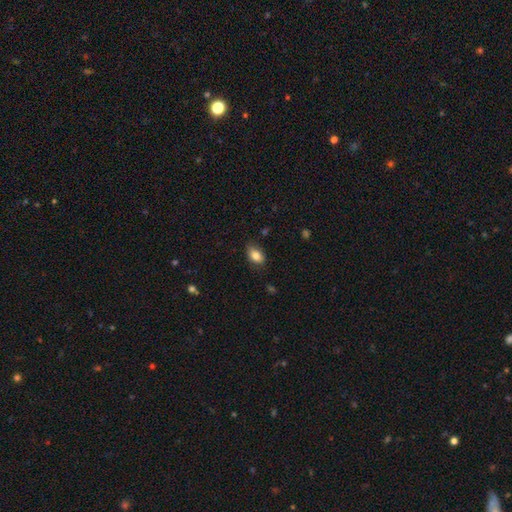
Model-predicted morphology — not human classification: smooth 82%, featured or disk 10%, star or artifact 8%. Down the decision tree: how rounded — in between (86%); merging — none (77%).